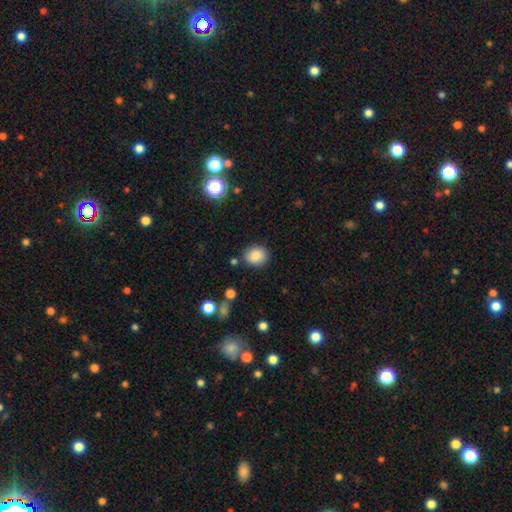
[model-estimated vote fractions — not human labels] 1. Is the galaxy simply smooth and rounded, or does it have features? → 86% smooth, 9% star or artifact, 5% featured or disk.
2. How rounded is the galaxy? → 67% round, 32% in between, 1% cigar-shaped.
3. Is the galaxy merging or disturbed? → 84% none, 10% minor disturbance, 3% major disturbance, 3% merger.